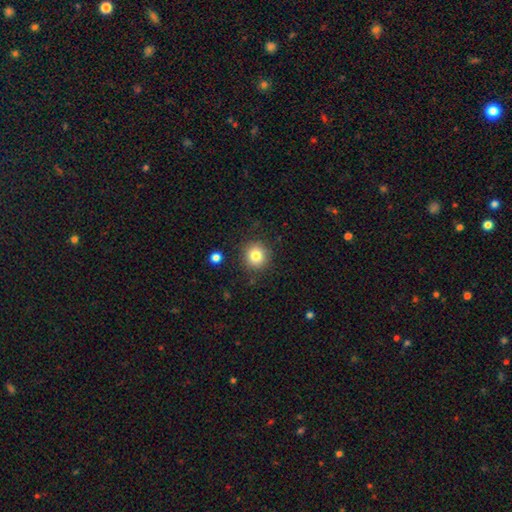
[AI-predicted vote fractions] A smooth galaxy with no disk features (81%) that is round (91%).

Vote fractions:
- Smooth or featured? smooth: 81% / star or artifact: 11% / featured or disk: 7%
- How rounded? round: 91% / in between: 8% / cigar-shaped: 1%
- Merging? none: 88% / minor disturbance: 8% / major disturbance: 3% / merger: 2%